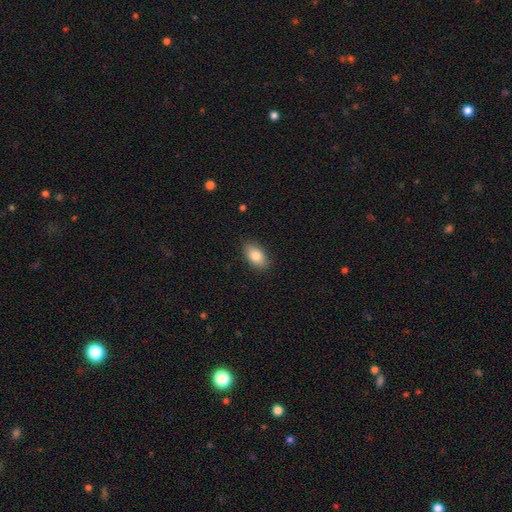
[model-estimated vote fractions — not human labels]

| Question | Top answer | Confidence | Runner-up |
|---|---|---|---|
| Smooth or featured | smooth | 84% | featured or disk (9%) |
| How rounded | in between | 92% | round (6%) |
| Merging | none | 87% | minor disturbance (10%) |